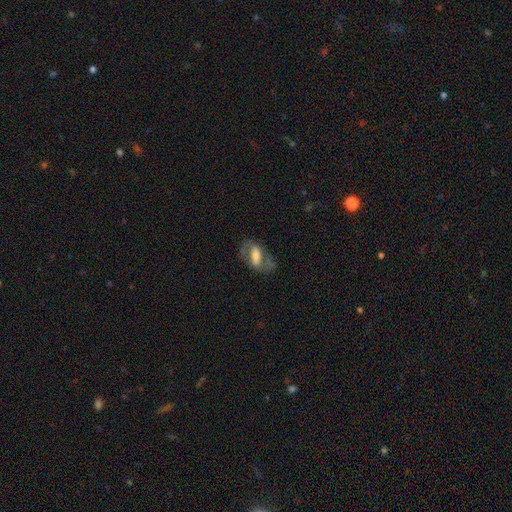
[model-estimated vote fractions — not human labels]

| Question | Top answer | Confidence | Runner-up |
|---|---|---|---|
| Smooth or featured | featured or disk | 57% | smooth (35%) |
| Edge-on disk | no | 88% | yes (12%) |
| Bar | strong | 45% | weak (31%) |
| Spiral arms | yes | 62% | no (38%) |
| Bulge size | moderate | 42% | small (24%) |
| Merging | none | 56% | minor disturbance (21%) |